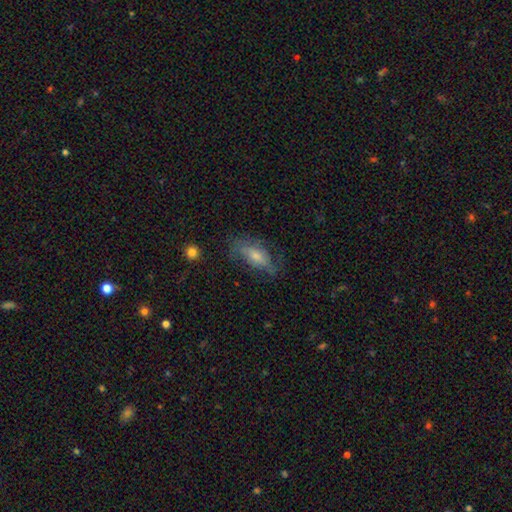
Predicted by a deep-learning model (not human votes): A smooth galaxy with no disk features (47%).

Vote fractions:
- Smooth or featured? smooth: 47% / featured or disk: 43% / star or artifact: 11%
- Merging? none: 61% / minor disturbance: 24% / major disturbance: 13% / merger: 2%